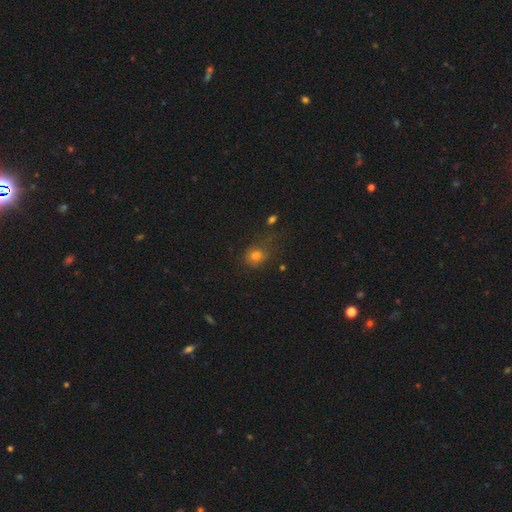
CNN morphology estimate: Smooth or featured?
  - smooth: 73% *
  - star or artifact: 19%
  - featured or disk: 8%
How rounded?
  - round: 73% *
  - in between: 25%
  - cigar-shaped: 1%
Merging?
  - none: 62% *
  - minor disturbance: 22%
  - major disturbance: 12%
  - merger: 5%